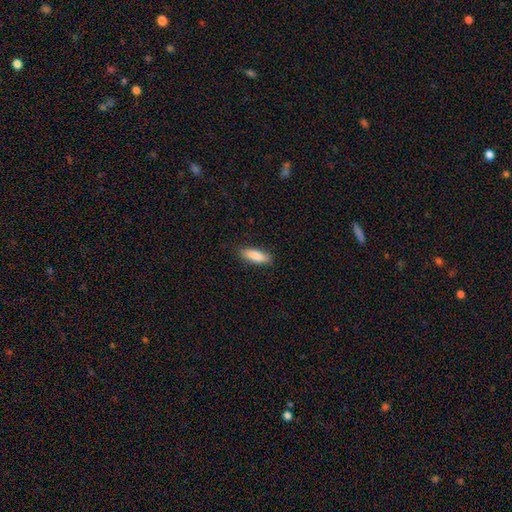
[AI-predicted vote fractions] This is clearly a smooth galaxy (87%). How rounded: possibly in between (60%). Merging: clearly none (87%).